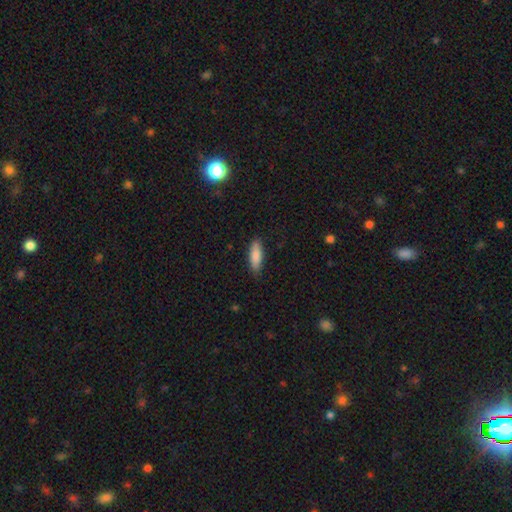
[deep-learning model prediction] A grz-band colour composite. It shows a smooth galaxy with no disk features (87%) that is in between round and cigar-shaped (56%). Merging: none (85%).